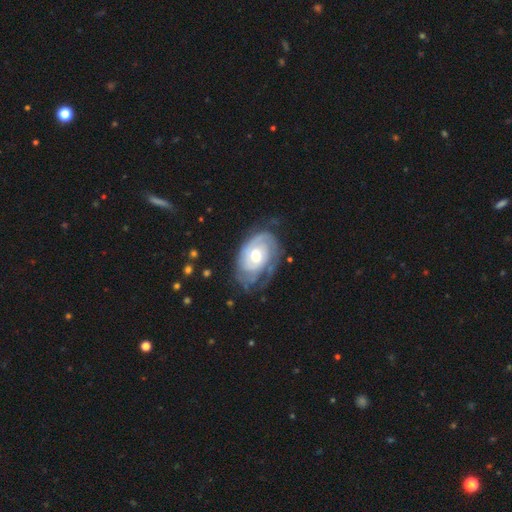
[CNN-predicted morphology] Smooth or featured? featured or disk (81%)
Edge-on disk? no (96%)
Bar? no (71%)
Spiral arms? yes (91%)
Spiral winding? tight (67%)
Spiral arm count? 2 (35%)
Bulge size? moderate (71%)
Merging? none (58%)